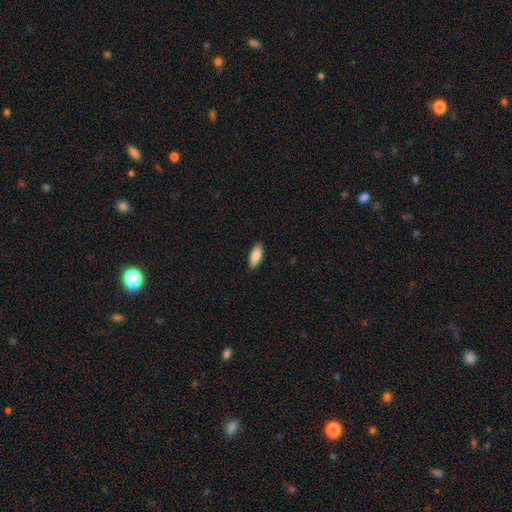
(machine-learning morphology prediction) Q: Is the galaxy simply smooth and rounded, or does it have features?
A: smooth — 86%.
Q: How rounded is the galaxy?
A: in between — 76%.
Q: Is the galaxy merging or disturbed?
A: none — 89%.